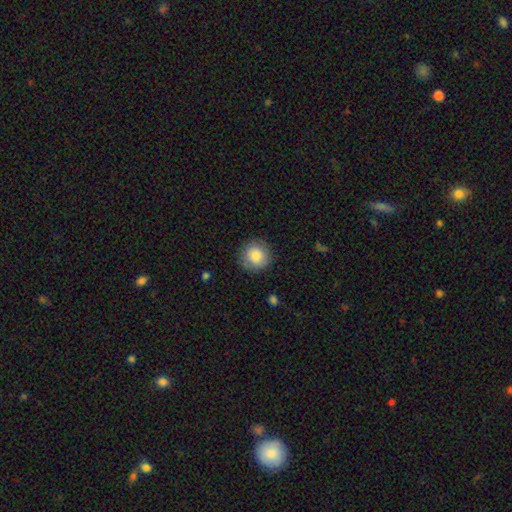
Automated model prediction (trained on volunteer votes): A smooth galaxy with no disk features (85%) that is round (93%). Merging: none (87%).